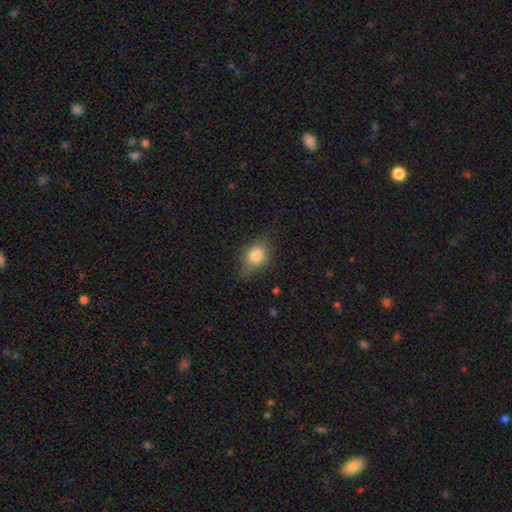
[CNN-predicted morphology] A smooth galaxy with no disk features (77%) that is in between round and cigar-shaped (69%). Merging: none (66%).